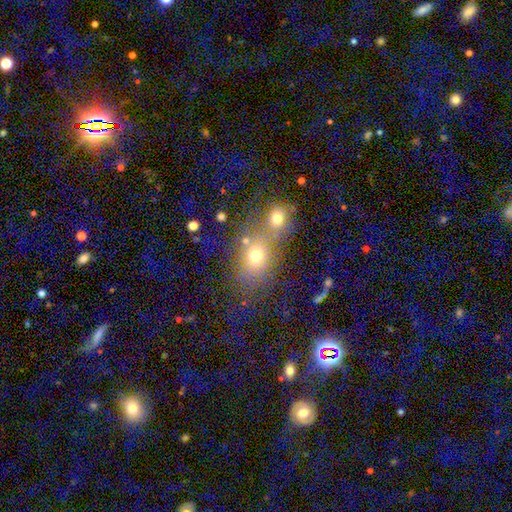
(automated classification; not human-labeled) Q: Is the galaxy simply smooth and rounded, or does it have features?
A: smooth — 65%.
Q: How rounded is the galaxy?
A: in between — 52%.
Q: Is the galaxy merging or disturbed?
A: merger — 51%.